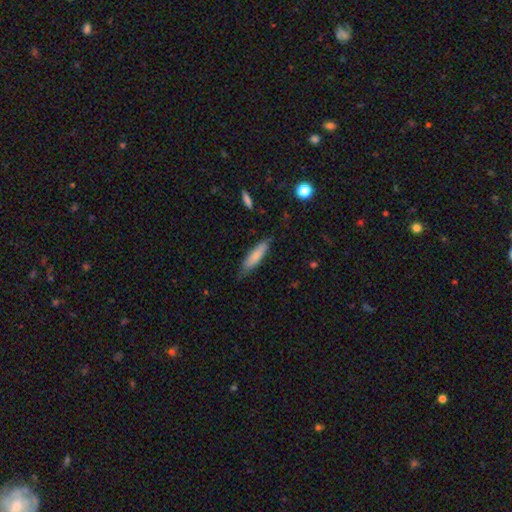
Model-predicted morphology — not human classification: smooth-or-featured: smooth: 78% | featured or disk: 16% | star or artifact: 6%
  how-rounded: cigar-shaped: 71% | in between: 27% | round: 1%
  merging: none: 72% | minor disturbance: 22% | major disturbance: 4% | merger: 2%